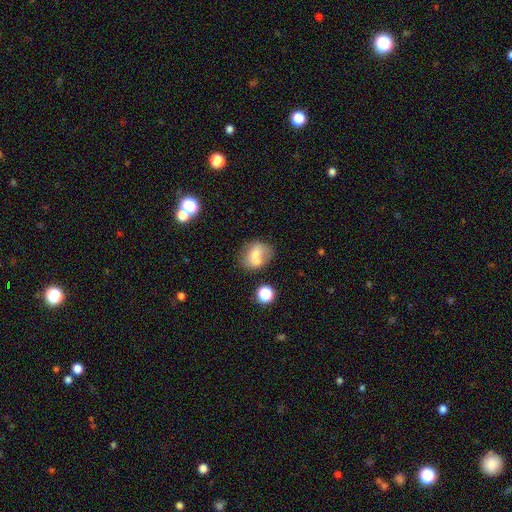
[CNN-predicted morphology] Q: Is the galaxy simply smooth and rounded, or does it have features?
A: smooth — 67%.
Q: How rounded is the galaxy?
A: round — 50%.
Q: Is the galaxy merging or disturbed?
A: none — 43%.